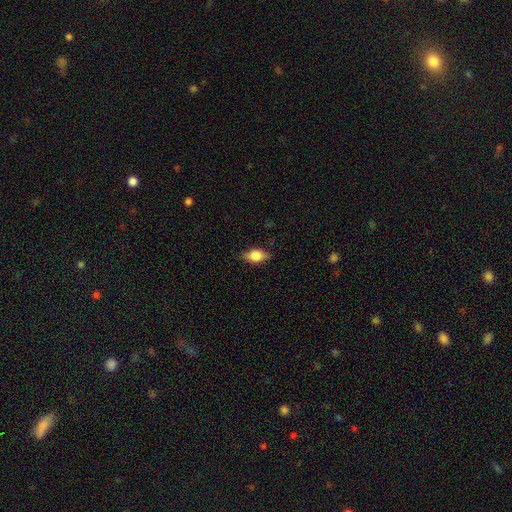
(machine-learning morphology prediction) Overall: smooth (72%). How rounded: in between (83%). Merging: none (81%).